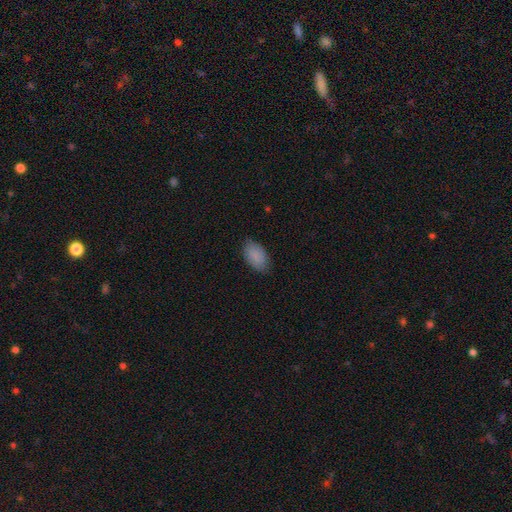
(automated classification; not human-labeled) smooth 85%, featured or disk 8%, star or artifact 6%. Down the decision tree: how rounded — in between (94%); merging — none (79%).